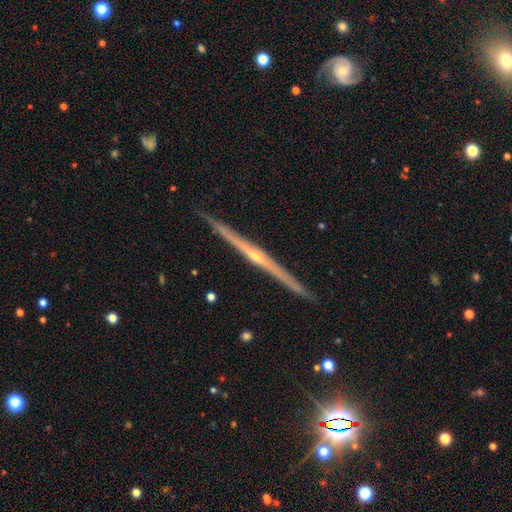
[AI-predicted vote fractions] Smooth or featured? Predicted: featured or disk (p=0.87). Edge-on disk? Predicted: yes (p=0.99). Edge-on bulge? Predicted: rounded (p=0.82). Merging? Predicted: none (p=0.92).